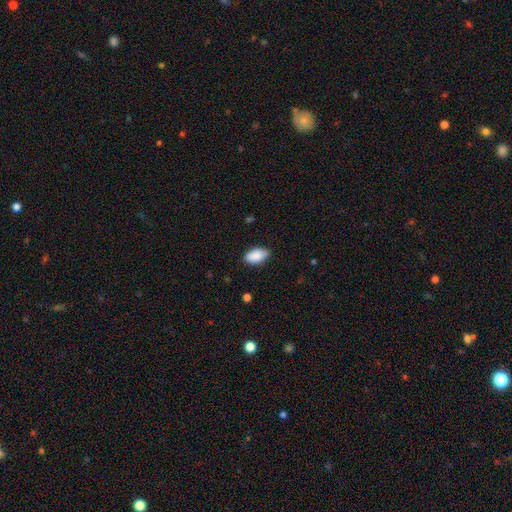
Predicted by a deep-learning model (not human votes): smooth-or-featured: smooth: 89% | star or artifact: 6% | featured or disk: 5%
  how-rounded: in between: 94% | round: 4% | cigar-shaped: 2%
  merging: none: 83% | minor disturbance: 13% | major disturbance: 2% | merger: 1%